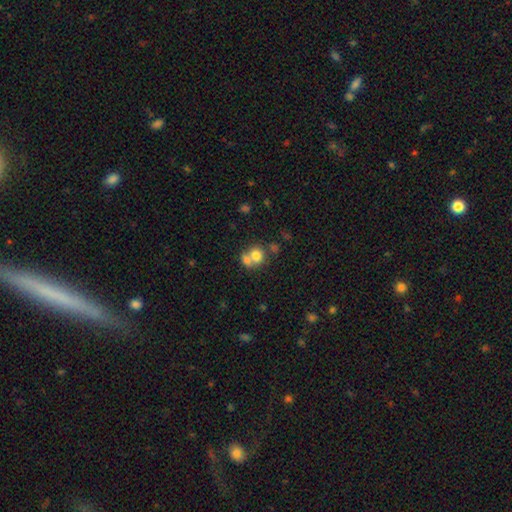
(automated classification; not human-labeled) Overall: smooth (74%). How rounded: round (74%). Merging: merger (54%; none 34%).